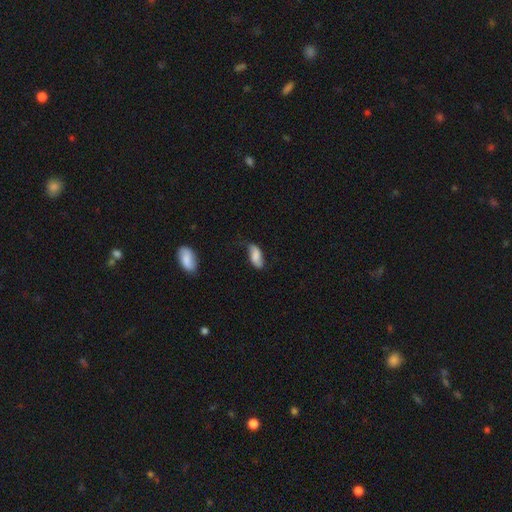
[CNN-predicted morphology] smooth_or_featured: smooth (p=0.61) [alt: featured or disk p=0.30]
how_rounded: in between (p=0.87) [alt: cigar-shaped p=0.10]
merging: none (p=0.56) [alt: minor disturbance p=0.32]